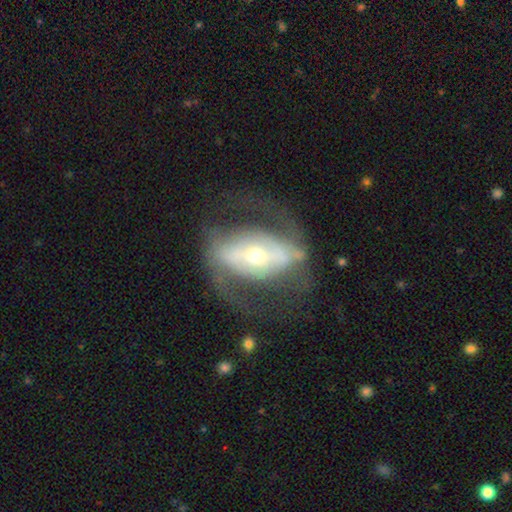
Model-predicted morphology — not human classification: type=featured or disk (77%); edge-on=no (91%); bar=strong (50%); spiral arms=yes (61%); bulge=small (52%); merging=none (60%).